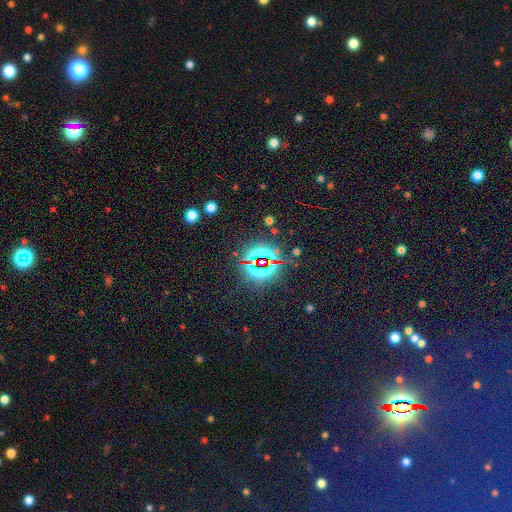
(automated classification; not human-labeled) This appears to be a star or artifact, not a galaxy (80%).